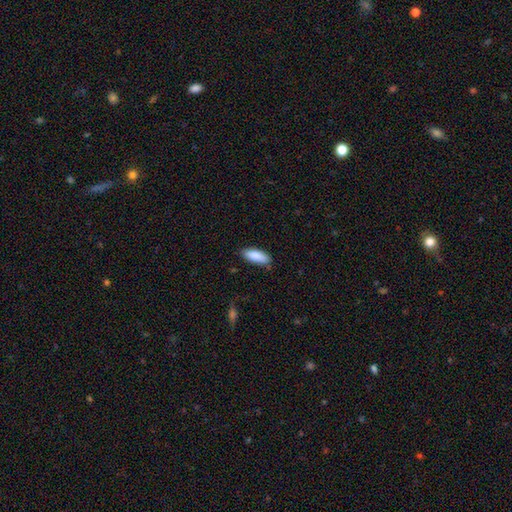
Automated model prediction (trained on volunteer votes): A smooth galaxy with no disk features (89%) that is in between round and cigar-shaped (75%).

Vote fractions:
- Smooth or featured? smooth: 89% / star or artifact: 6% / featured or disk: 5%
- How rounded? in between: 75% / cigar-shaped: 23% / round: 2%
- Merging? none: 82% / minor disturbance: 14% / major disturbance: 2% / merger: 1%